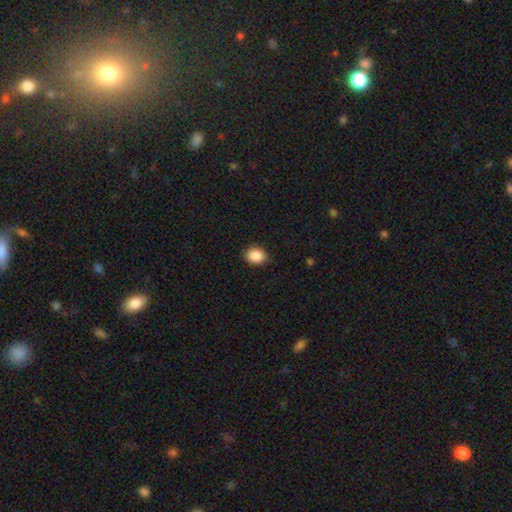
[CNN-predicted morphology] Q: Smooth or featured?
A: smooth (89%); runner-up: star or artifact (8%)
Q: How rounded?
A: in between (54%); runner-up: round (45%)
Q: Merging?
A: none (89%); runner-up: minor disturbance (8%)